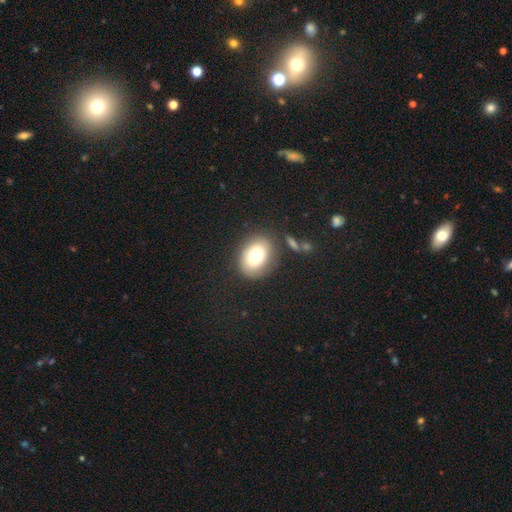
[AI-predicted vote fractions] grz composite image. It shows a smooth galaxy with no disk features (75%) that is in between round and cigar-shaped (65%). Merging: none (79%).